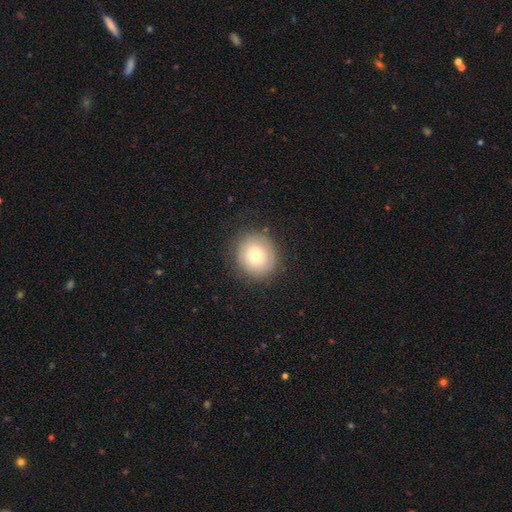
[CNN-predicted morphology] This is likely a smooth galaxy (72%). How rounded: clearly round (88%). Merging: clearly none (83%).